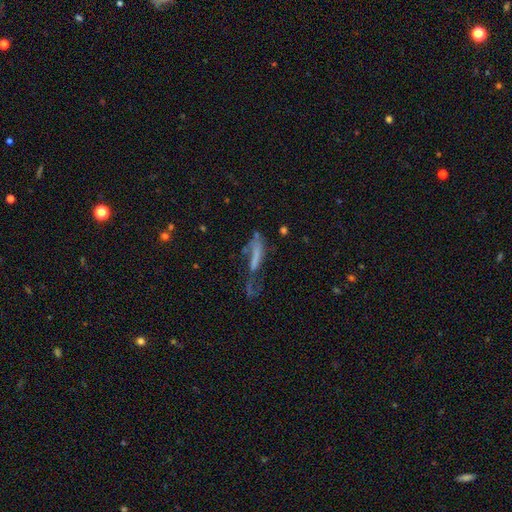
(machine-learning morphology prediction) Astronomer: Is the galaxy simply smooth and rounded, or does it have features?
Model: featured or disk — 43% (runner-up: smooth, 40%).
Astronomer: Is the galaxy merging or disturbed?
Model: major disturbance — 45% (runner-up: none, 24%).